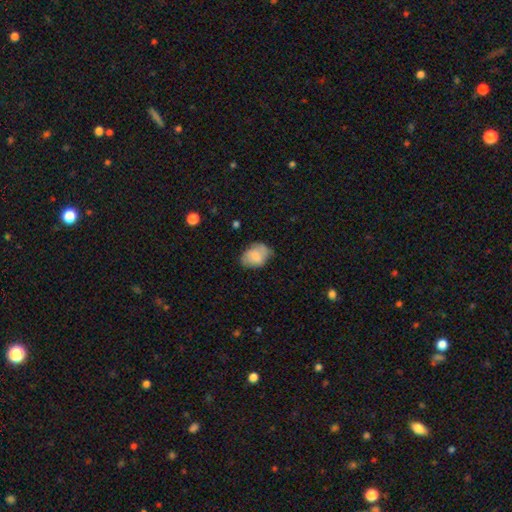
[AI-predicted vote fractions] Overall: smooth (73%). How rounded: in between (74%). Merging: none (55%; minor disturbance 34%).